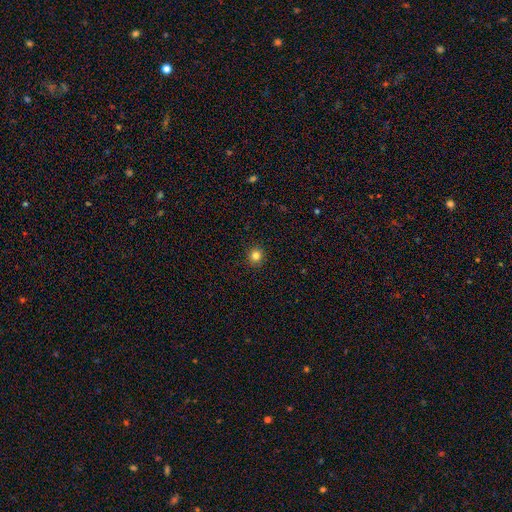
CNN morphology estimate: Q: Smooth or featured?
A: smooth (82%); runner-up: star or artifact (13%)
Q: How rounded?
A: round (92%); runner-up: in between (8%)
Q: Merging?
A: none (92%); runner-up: minor disturbance (5%)